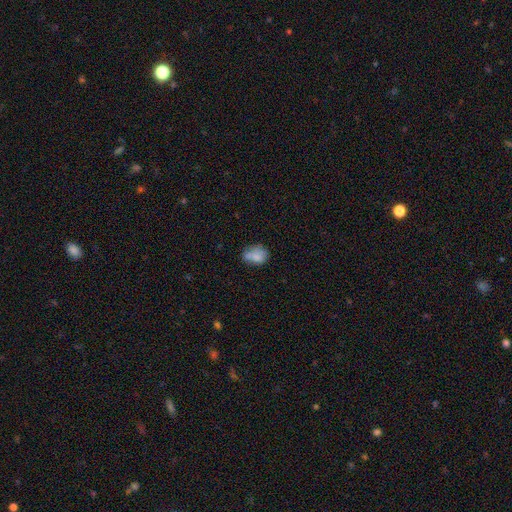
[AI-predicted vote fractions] This is likely a smooth galaxy (73%). How rounded: likely in between (68%). Merging: possibly none (47%).